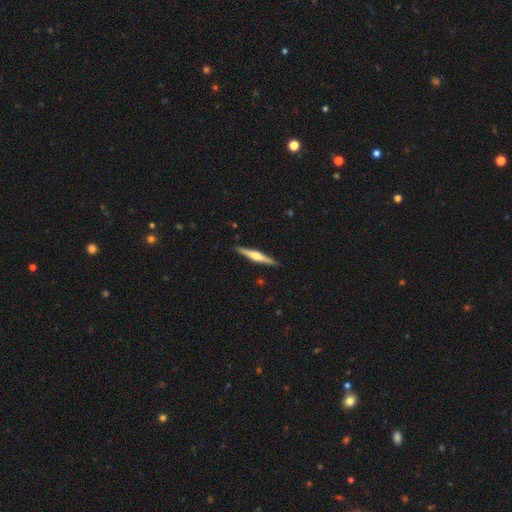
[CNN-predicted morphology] featured or disk 68%, smooth 27%, star or artifact 5%. Down the decision tree: edge-on disk — yes (98%); edge-on bulge — rounded (78%); merging — none (91%).